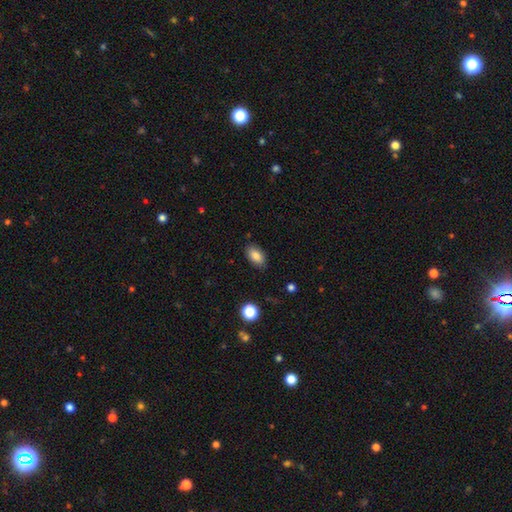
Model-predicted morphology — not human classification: This appears to be a smooth galaxy with no disk features (85%) that is in between round and cigar-shaped (92%). Merging: none (85%).